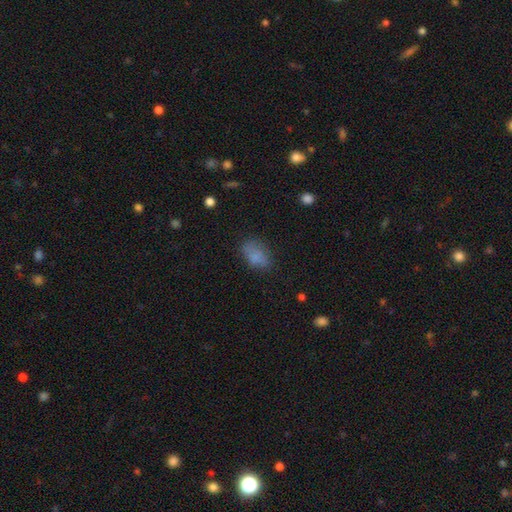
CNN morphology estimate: Smooth or featured: smooth — 78% (star or artifact — 11%)
How rounded: in between — 88% (round — 10%)
Merging: none — 63% (minor disturbance — 25%)